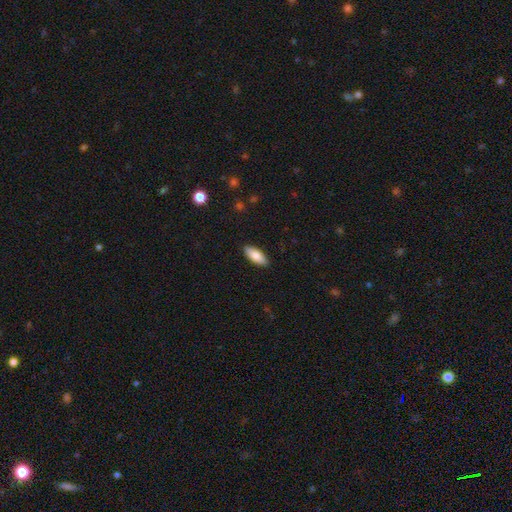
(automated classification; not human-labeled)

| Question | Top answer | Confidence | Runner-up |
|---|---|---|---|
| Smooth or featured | smooth | 84% | featured or disk (11%) |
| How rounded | in between | 80% | cigar-shaped (18%) |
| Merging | none | 89% | minor disturbance (8%) |